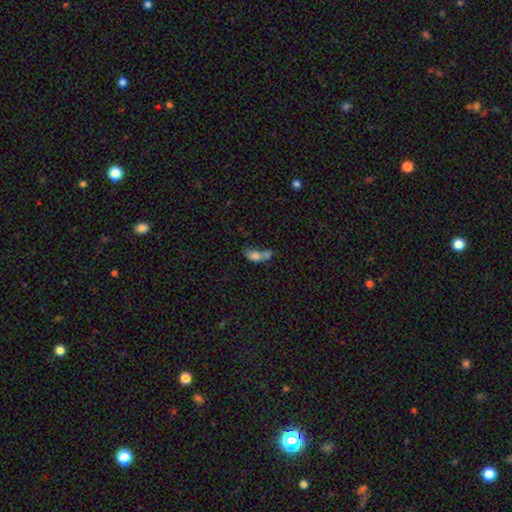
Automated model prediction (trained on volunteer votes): Morphology: type=smooth (70%); roundness=in between (77%); merging=merger (59%).